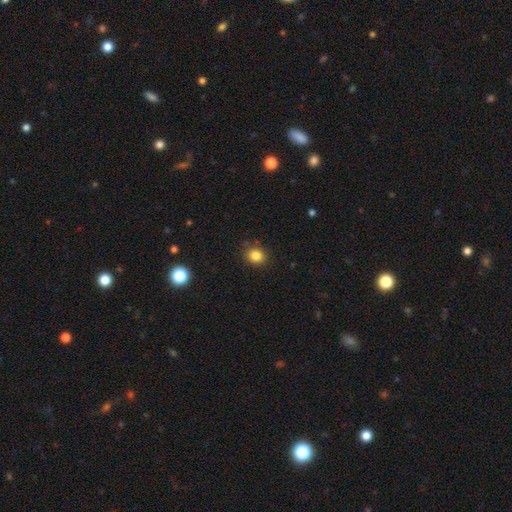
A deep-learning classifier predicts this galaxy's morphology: smooth 84%, star or artifact 11%, featured or disk 5%. Down the decision tree: how rounded — round (70%); merging — none (86%).